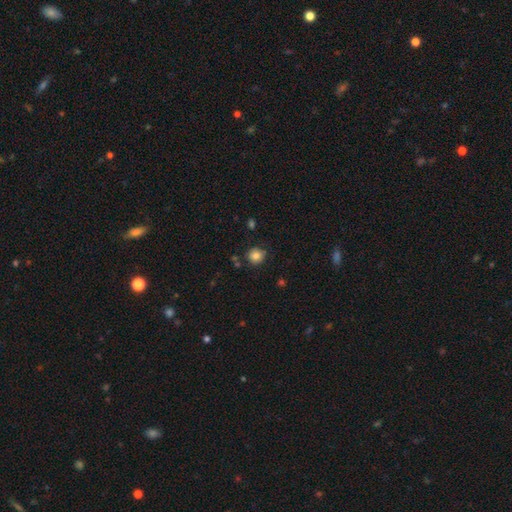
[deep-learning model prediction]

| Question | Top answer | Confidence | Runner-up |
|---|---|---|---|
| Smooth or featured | smooth | 84% | star or artifact (11%) |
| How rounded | round | 91% | in between (9%) |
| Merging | none | 82% | minor disturbance (12%) |